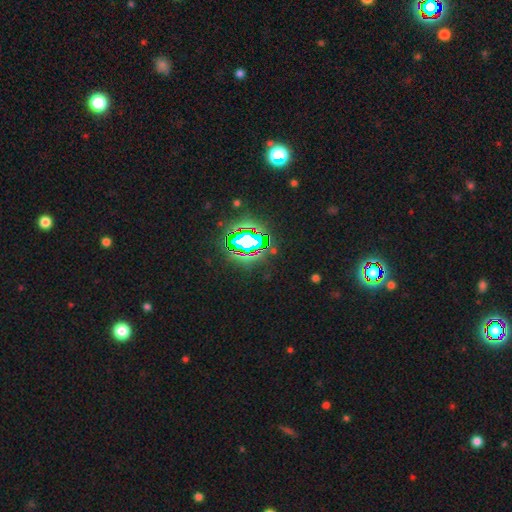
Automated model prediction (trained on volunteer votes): star or artifact 76%, featured or disk 12%, smooth 12%.